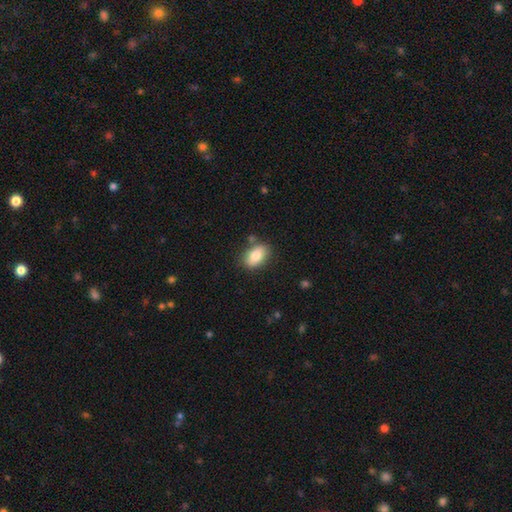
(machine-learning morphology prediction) Smooth or featured? Predicted: smooth (p=0.80). How rounded? Predicted: in between (p=0.87). Merging? Predicted: none (p=0.79).